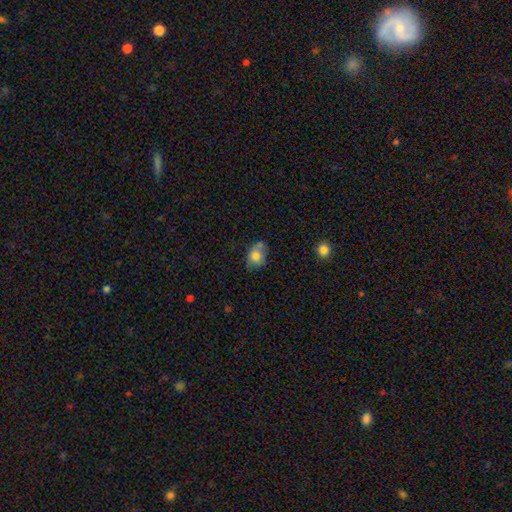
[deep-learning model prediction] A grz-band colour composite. It shows a smooth galaxy with no disk features (77%) that is in between round and cigar-shaped (61%). Merging: none (52%).